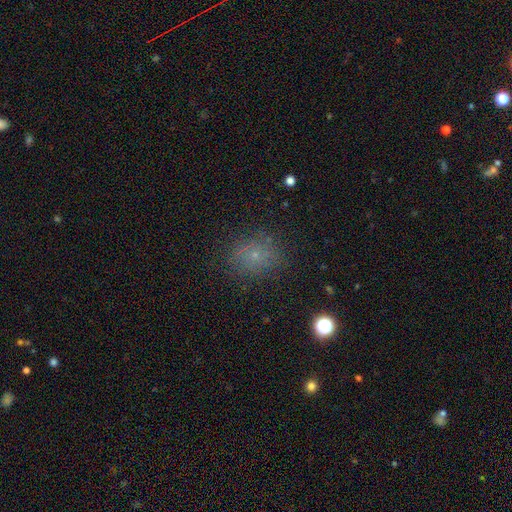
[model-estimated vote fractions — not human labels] This appears to be a smooth galaxy with no disk features (66%) that is round (66%). Merging: none (82%).